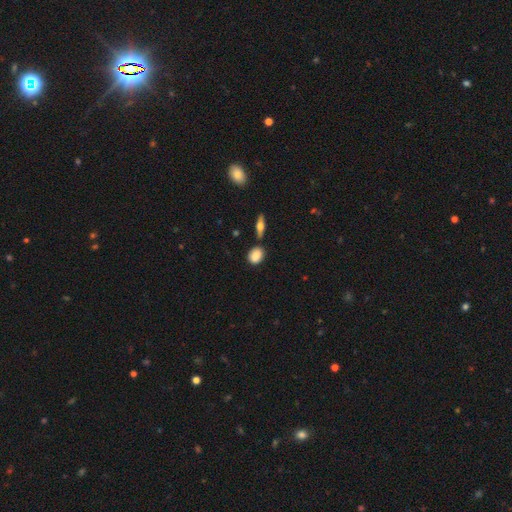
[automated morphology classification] smooth_or_featured: smooth (p=0.85) [alt: featured or disk p=0.08]
how_rounded: in between (p=0.62) [alt: round p=0.35]
merging: none (p=0.73) [alt: minor disturbance p=0.16]